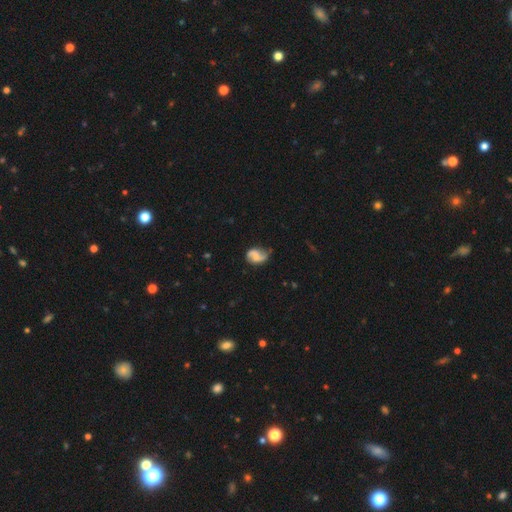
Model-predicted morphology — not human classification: This appears to be a featured or disk galaxy (63%) with no bar (50%), 2 (85%) loose (53%) spiral arms (91%) and no central bulge (35%). Merging: none (60%).